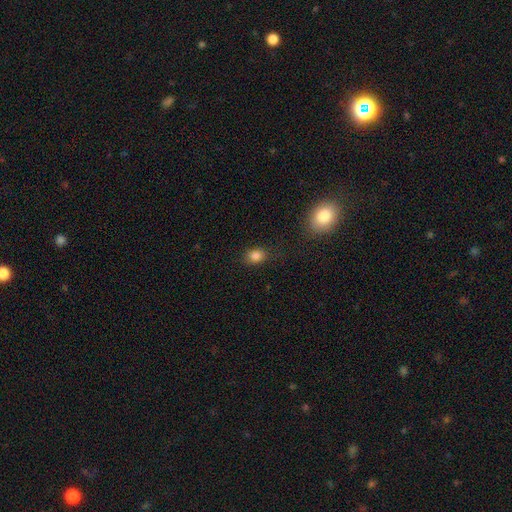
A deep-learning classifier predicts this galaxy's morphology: Overall: smooth (83%). How rounded: in between (55%; round 43%). Merging: none (80%).